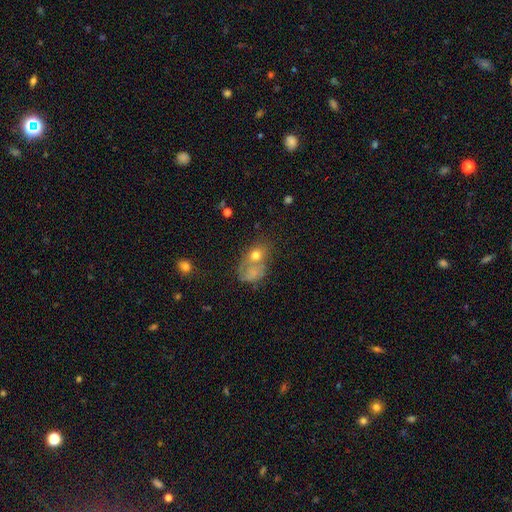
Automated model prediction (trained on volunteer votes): This appears to be a smooth galaxy with no disk features (62%) that is in between round and cigar-shaped (52%). Merging: merger (41%).